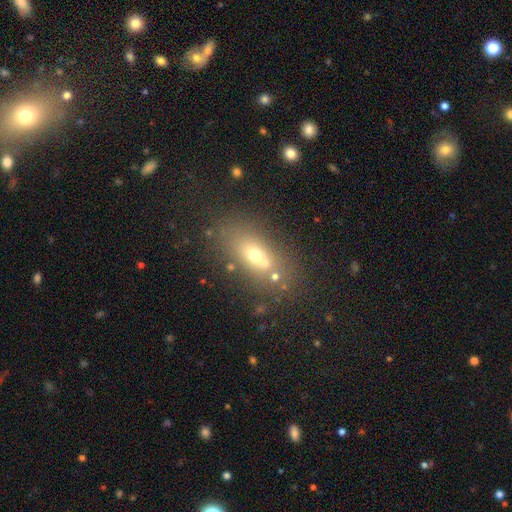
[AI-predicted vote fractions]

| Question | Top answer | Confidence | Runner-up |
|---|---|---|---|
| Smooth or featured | smooth | 60% | featured or disk (24%) |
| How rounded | in between | 72% | round (19%) |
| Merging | none | 57% | merger (25%) |